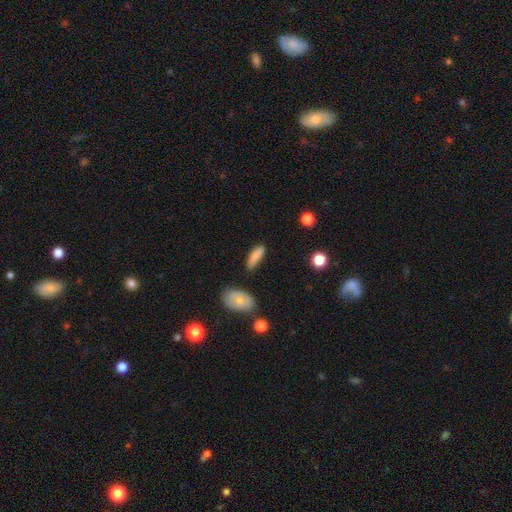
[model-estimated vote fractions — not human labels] smooth-or-featured: smooth: 83% | featured or disk: 11% | star or artifact: 7%
  how-rounded: cigar-shaped: 50% | in between: 47% | round: 3%
  merging: none: 80% | minor disturbance: 14% | major disturbance: 3% | merger: 3%